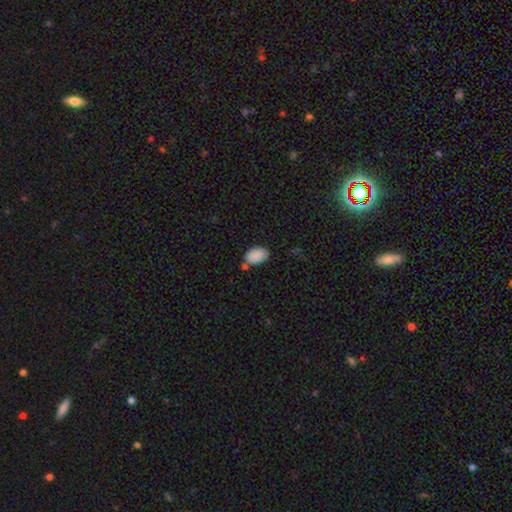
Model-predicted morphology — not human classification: smooth_or_featured: smooth (p=0.89) [alt: star or artifact p=0.07]
how_rounded: in between (p=0.92) [alt: round p=0.07]
merging: none (p=0.71) [alt: minor disturbance p=0.16]